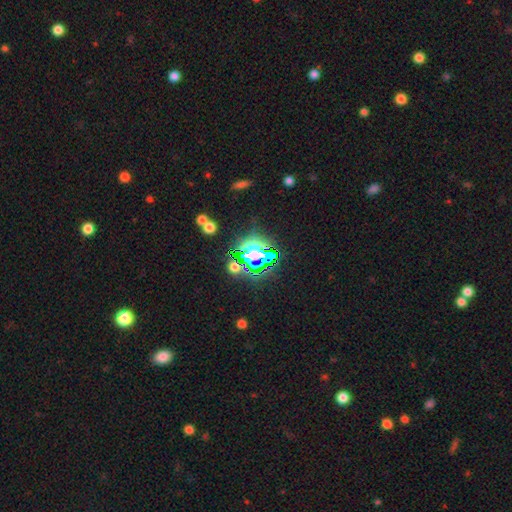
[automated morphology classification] star or artifact 75%, smooth 15%, featured or disk 10%.